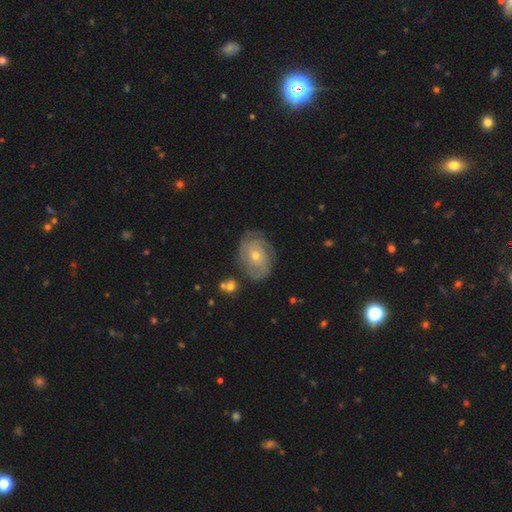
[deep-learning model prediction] featured or disk 76%, smooth 17%, star or artifact 8%. Down the decision tree: edge-on disk — no (96%); bar — no (74%); spiral arms — yes (90%); spiral arm count — can't tell (38%); spiral winding — tight (71%); bulge size — small (57%); merging — none (75%).